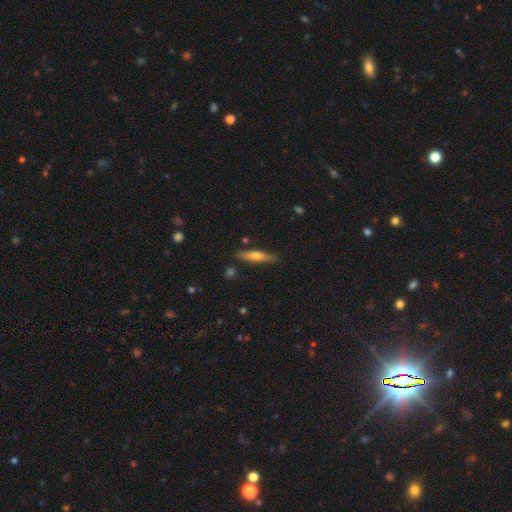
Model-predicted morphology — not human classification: Overall: featured or disk (50%; smooth 44%). Merging: none (86%).